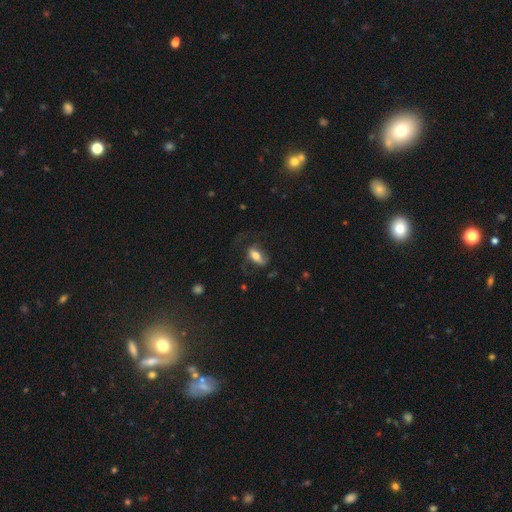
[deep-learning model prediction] Overall: smooth (56%; featured or disk 36%). How rounded: in between (79%). Merging: none (49%; major disturbance 27%).